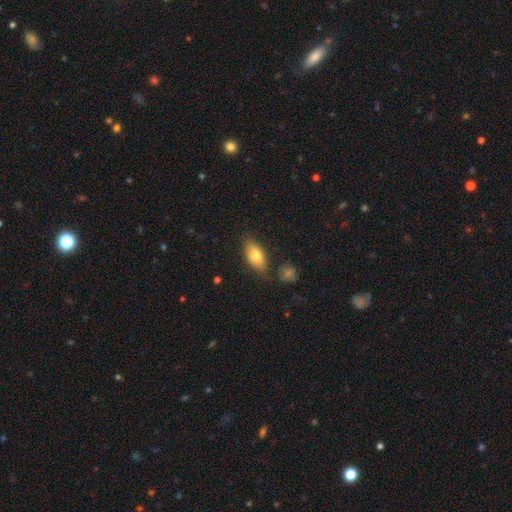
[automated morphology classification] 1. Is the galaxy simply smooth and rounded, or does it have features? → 73% smooth, 20% featured or disk, 7% star or artifact.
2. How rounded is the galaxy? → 86% in between, 10% cigar-shaped, 4% round.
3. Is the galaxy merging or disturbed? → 72% none, 18% minor disturbance, 6% merger, 5% major disturbance.